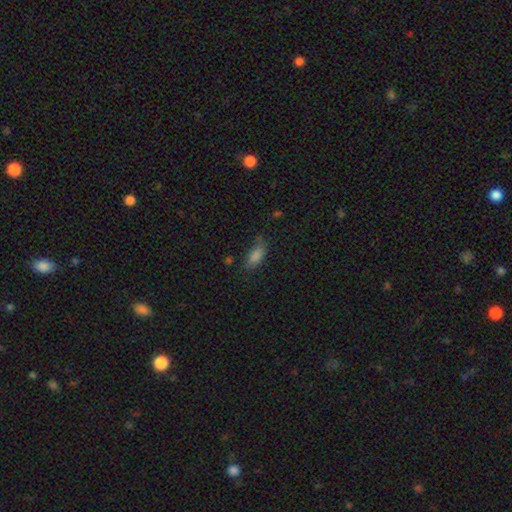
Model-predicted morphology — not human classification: Overall: smooth (81%). How rounded: in between (82%). Merging: none (61%; minor disturbance 27%).